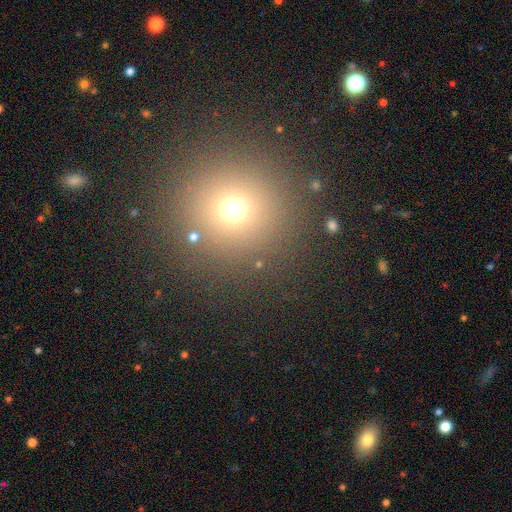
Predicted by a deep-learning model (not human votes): This appears to be a smooth galaxy with no disk features (63%) that is round (94%). Merging: none (90%).